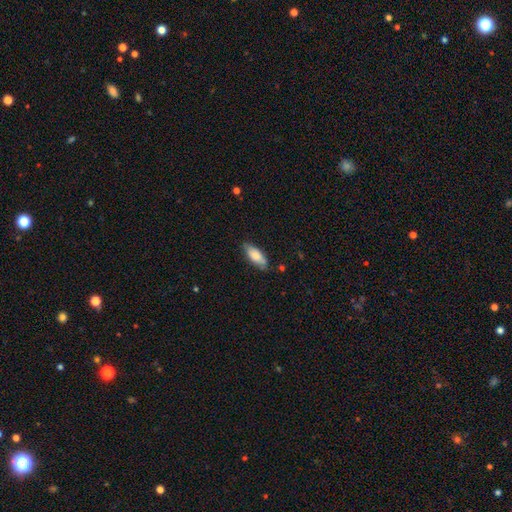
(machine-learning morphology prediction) type=smooth (76%); roundness=in between (78%); merging=none (77%).